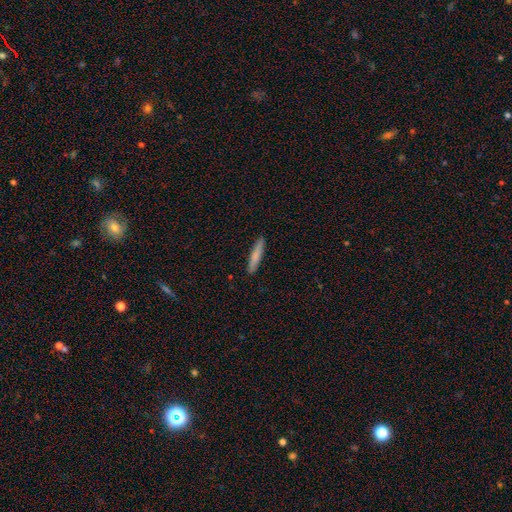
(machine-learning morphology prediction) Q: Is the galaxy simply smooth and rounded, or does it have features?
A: smooth — 78%.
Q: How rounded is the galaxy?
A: cigar-shaped — 93%.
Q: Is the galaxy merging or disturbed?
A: none — 91%.